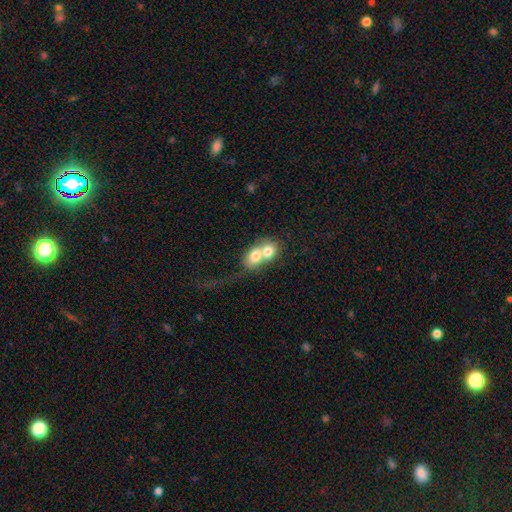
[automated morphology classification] smooth 68%, featured or disk 23%, star or artifact 8%. Down the decision tree: how rounded — round (51%); merging — merger (78%).